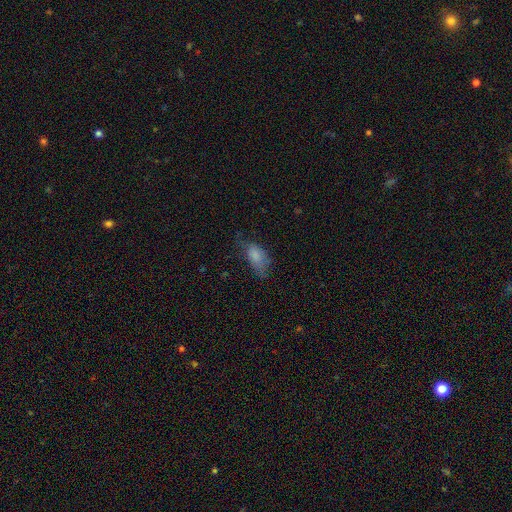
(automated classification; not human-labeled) smooth 78%, featured or disk 12%, star or artifact 9%. Down the decision tree: how rounded — in between (90%); merging — none (42%).